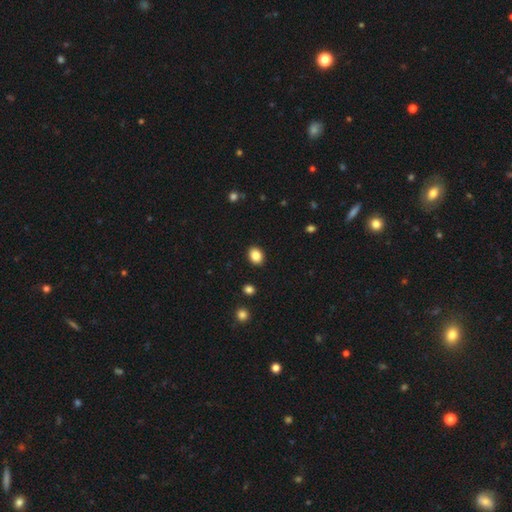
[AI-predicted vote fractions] Smooth or featured: smooth — 86% (star or artifact — 9%)
How rounded: in between — 56% (round — 43%)
Merging: none — 90% (minor disturbance — 7%)